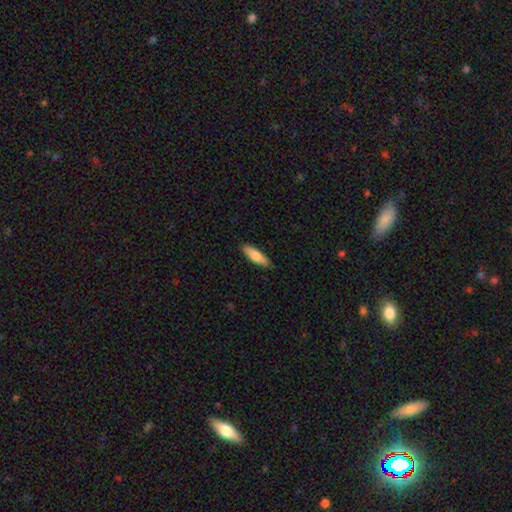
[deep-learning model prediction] The model was most divided on "how rounded": cigar-shaped: 56%, in between: 42%, round: 2%. More confident: merging — none (88%); smooth or featured — smooth (76%).